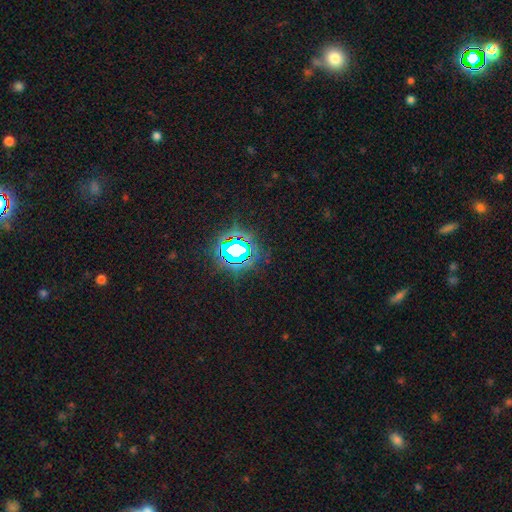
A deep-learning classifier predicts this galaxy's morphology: This appears to be a star or artifact, not a galaxy (79%).